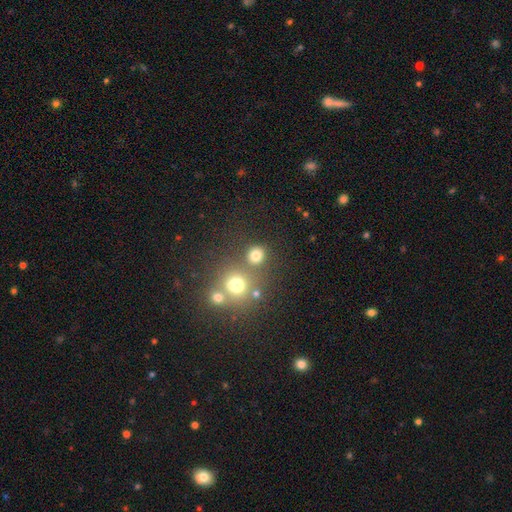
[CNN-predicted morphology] type=smooth (76%); roundness=round (87%); merging=none (70%).